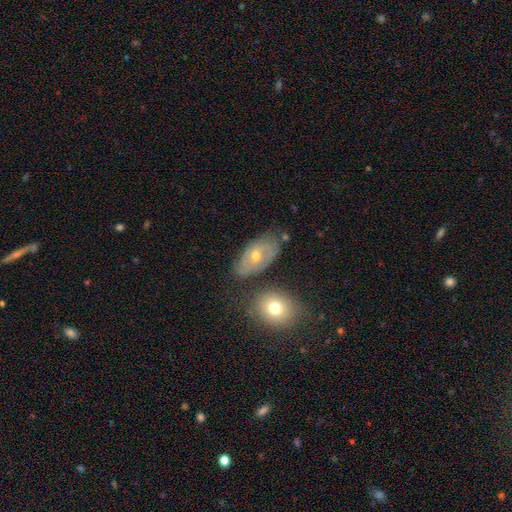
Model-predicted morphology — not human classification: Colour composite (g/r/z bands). It shows a featured or disk galaxy (58%) with no bar (71%), spiral arms (60%) and a moderate central bulge (49%). Merging: none (65%).